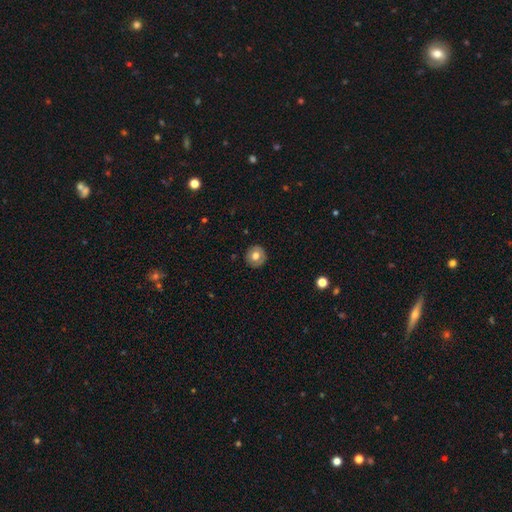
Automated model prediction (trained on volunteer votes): smooth 68%, featured or disk 23%, star or artifact 8%. Down the decision tree: how rounded — round (90%); merging — none (88%).